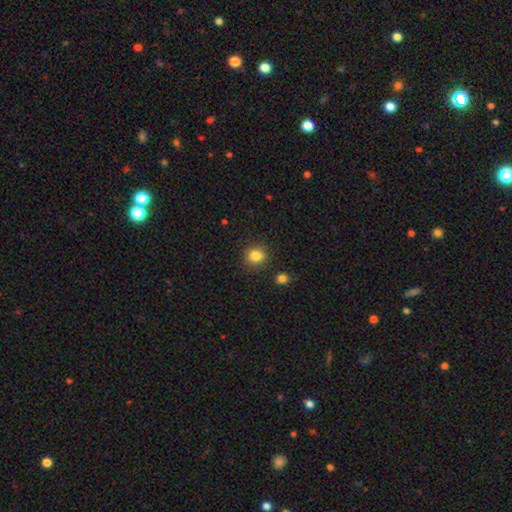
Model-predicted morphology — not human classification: smooth_or_featured: smooth (p=0.84) [alt: star or artifact p=0.11]
how_rounded: round (p=0.83) [alt: in between p=0.16]
merging: none (p=0.89) [alt: minor disturbance p=0.07]